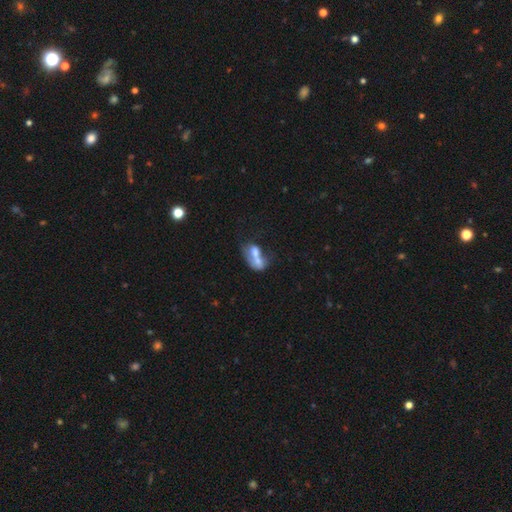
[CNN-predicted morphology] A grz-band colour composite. It shows a smooth galaxy with no disk features (59%) that is in between round and cigar-shaped (80%). Merging: merger (69%).